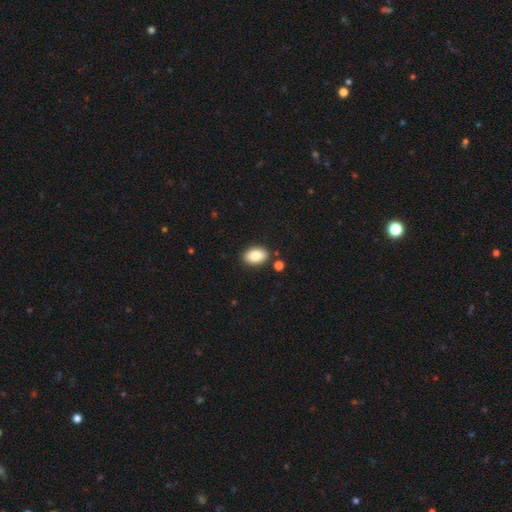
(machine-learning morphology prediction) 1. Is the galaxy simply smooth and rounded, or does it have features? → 86% smooth, 7% star or artifact, 7% featured or disk.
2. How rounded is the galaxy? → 90% in between, 9% round, 1% cigar-shaped.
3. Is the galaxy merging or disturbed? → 85% none, 9% minor disturbance, 4% merger, 2% major disturbance.